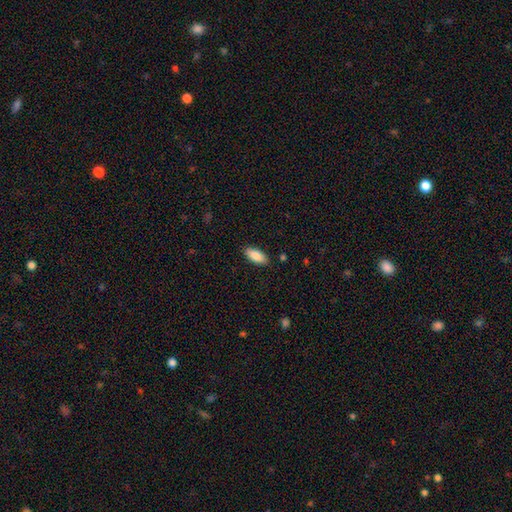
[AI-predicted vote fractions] Smooth or featured? Predicted: smooth (p=0.87). How rounded? Predicted: in between (p=0.87). Merging? Predicted: none (p=0.87).